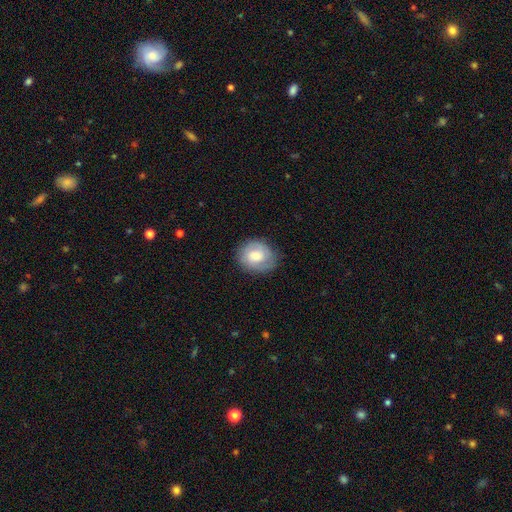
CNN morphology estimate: A smooth galaxy with no disk features (50%) that is round (65%).

Vote fractions:
- Smooth or featured? smooth: 50% / featured or disk: 43% / star or artifact: 7%
- How rounded? round: 65% / in between: 35% / cigar-shaped: 1%
- Merging? none: 79% / minor disturbance: 15% / major disturbance: 5% / merger: 1%